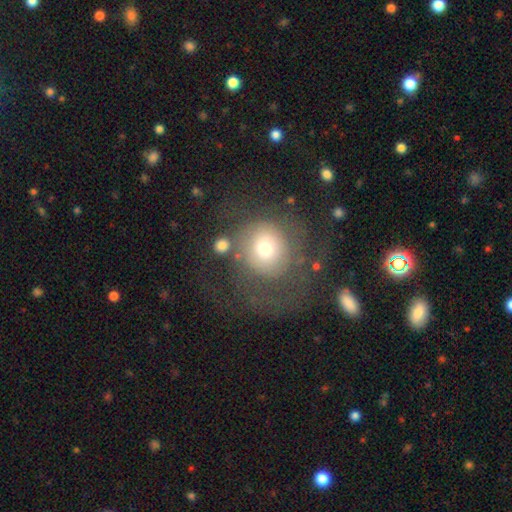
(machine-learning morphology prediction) smooth 57%, featured or disk 32%, star or artifact 11%. Down the decision tree: how rounded — round (86%); merging — none (45%).